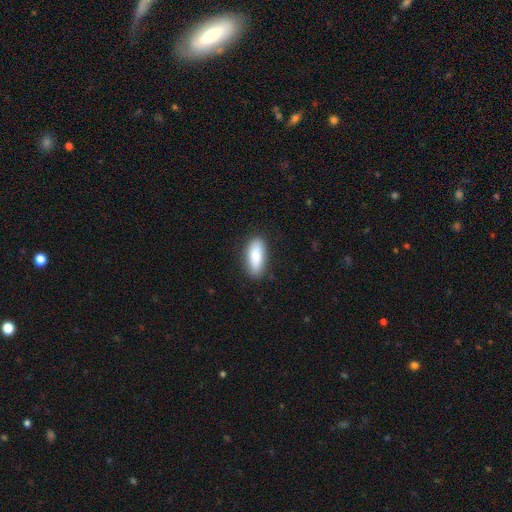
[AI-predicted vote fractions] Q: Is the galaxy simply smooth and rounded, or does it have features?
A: smooth — 81%.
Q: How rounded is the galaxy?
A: in between — 75%.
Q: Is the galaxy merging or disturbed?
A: none — 86%.